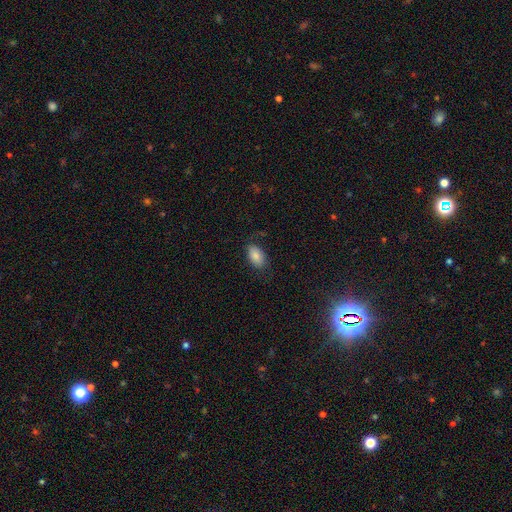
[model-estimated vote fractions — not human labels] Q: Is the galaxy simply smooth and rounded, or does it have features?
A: smooth — 85%.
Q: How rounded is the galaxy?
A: in between — 93%.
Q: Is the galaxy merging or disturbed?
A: none — 76%.